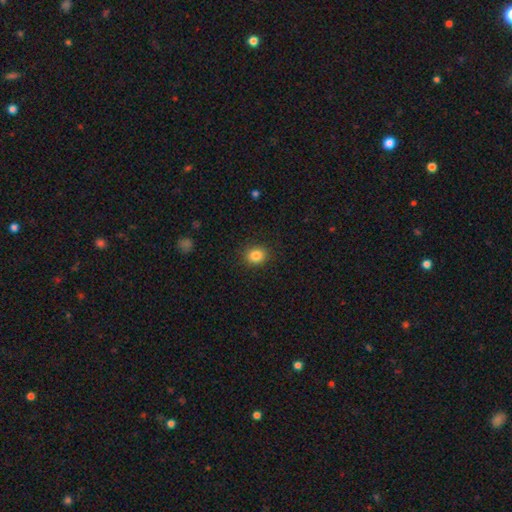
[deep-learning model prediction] Morphology: type=smooth (85%); roundness=round (70%); merging=none (89%).